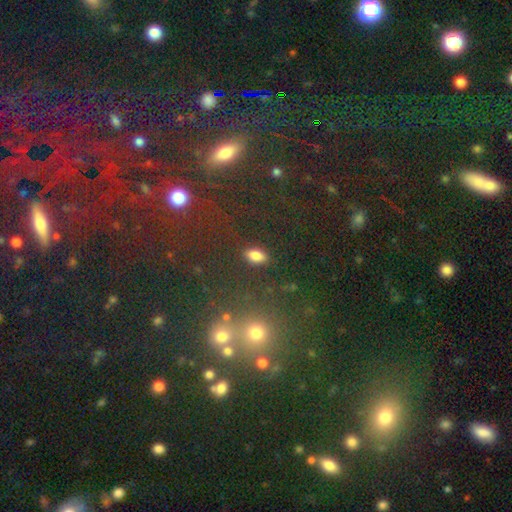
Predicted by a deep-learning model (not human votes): A smooth galaxy with no disk features (79%) that is in between round and cigar-shaped (89%).

Vote fractions:
- Smooth or featured? smooth: 79% / star or artifact: 15% / featured or disk: 7%
- How rounded? in between: 89% / cigar-shaped: 6% / round: 6%
- Merging? none: 86% / minor disturbance: 9% / major disturbance: 3% / merger: 2%